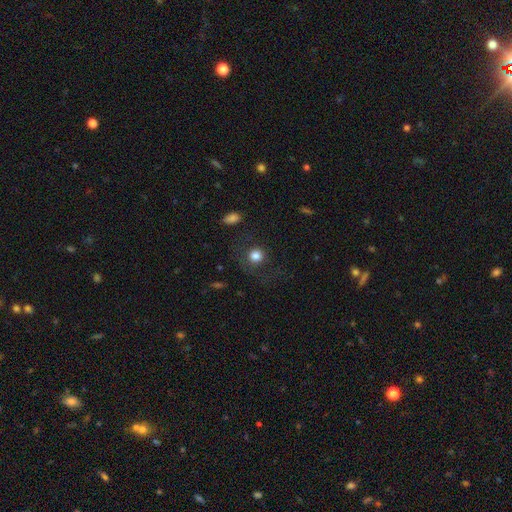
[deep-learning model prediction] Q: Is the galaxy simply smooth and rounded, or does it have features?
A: smooth — 81%.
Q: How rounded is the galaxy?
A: round — 91%.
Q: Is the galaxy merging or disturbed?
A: none — 71%.